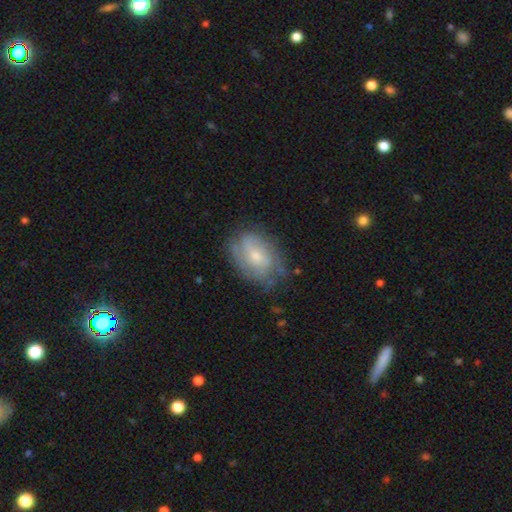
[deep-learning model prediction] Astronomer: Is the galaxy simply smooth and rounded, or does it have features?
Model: featured or disk — 59%.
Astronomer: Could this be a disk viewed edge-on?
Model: no — 96%.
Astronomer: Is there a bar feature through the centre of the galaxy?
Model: no — 58% (runner-up: weak, 36%).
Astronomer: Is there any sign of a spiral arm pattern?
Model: yes — 77%.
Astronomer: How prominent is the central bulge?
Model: small — 53% (runner-up: moderate, 39%).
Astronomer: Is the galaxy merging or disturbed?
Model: none — 65%.